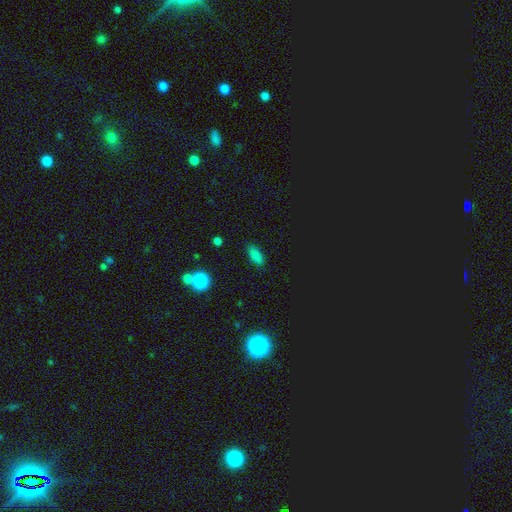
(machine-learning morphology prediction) type=smooth (78%); roundness=in between (73%); merging=none (85%).